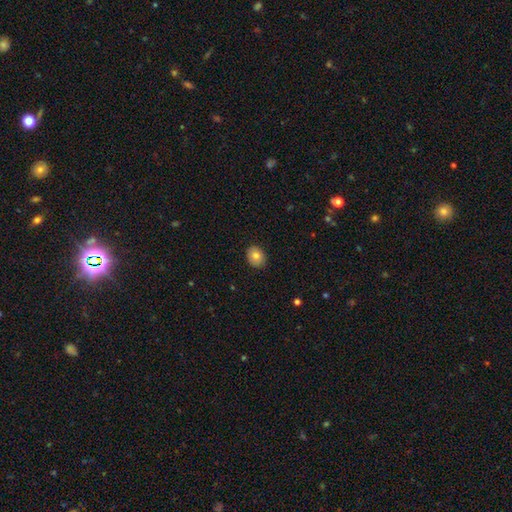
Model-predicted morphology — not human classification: Smooth or featured?
  - smooth: 81% *
  - featured or disk: 11%
  - star or artifact: 9%
How rounded?
  - in between: 51% *
  - round: 48%
  - cigar-shaped: 1%
Merging?
  - none: 88% *
  - minor disturbance: 9%
  - major disturbance: 2%
  - merger: 1%